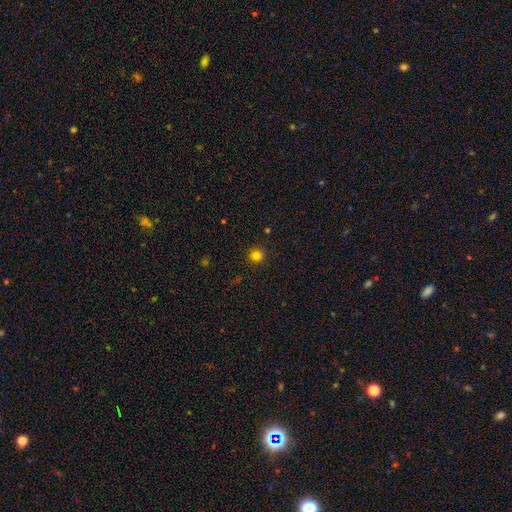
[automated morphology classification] type=smooth (74%); roundness=round (85%); merging=none (76%).